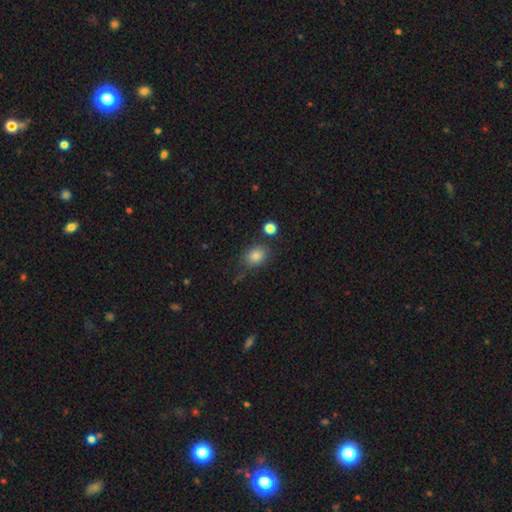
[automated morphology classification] smooth 83%, star or artifact 11%, featured or disk 6%. Down the decision tree: how rounded — in between (61%); merging — none (77%).